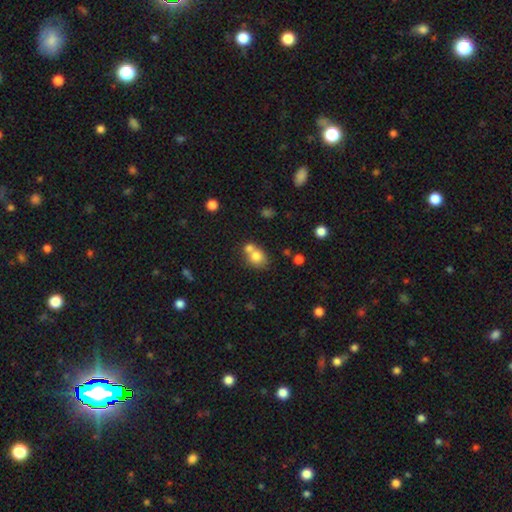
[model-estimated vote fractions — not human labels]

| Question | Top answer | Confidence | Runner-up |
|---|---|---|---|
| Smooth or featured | smooth | 75% | featured or disk (14%) |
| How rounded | round | 58% | in between (41%) |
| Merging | merger | 49% | none (38%) |